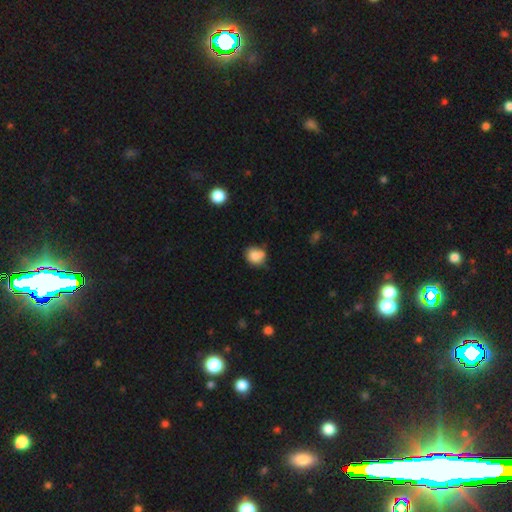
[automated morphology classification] smooth 82%, star or artifact 10%, featured or disk 9%. Down the decision tree: how rounded — round (69%); merging — none (54%).